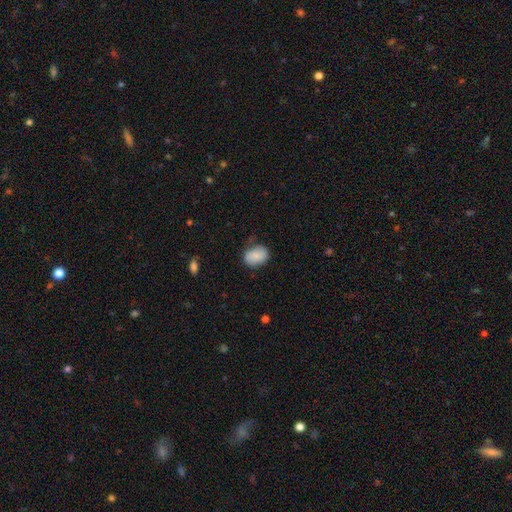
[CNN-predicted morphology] A smooth galaxy with no disk features (85%) that is in between round and cigar-shaped (78%).

Vote fractions:
- Smooth or featured? smooth: 85% / star or artifact: 7% / featured or disk: 7%
- How rounded? in between: 78% / round: 21% / cigar-shaped: 1%
- Merging? none: 69% / minor disturbance: 23% / major disturbance: 6% / merger: 2%